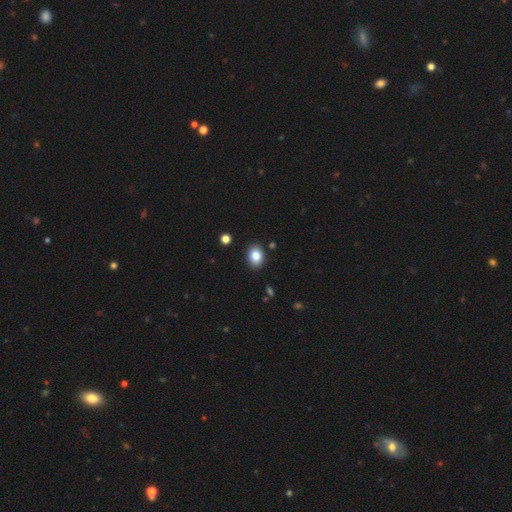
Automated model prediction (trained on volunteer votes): Morphology: type=smooth (84%); roundness=in between (64%); merging=none (89%).